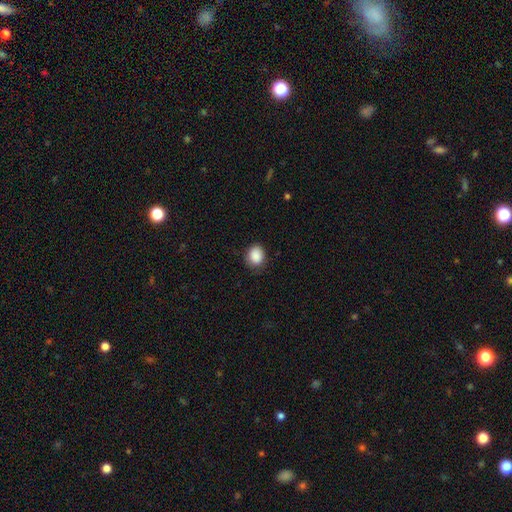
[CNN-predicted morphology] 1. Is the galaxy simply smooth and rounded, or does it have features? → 89% smooth, 8% star or artifact, 3% featured or disk.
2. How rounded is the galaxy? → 57% round, 42% in between, 1% cigar-shaped.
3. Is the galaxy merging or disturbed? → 80% none, 15% minor disturbance, 3% major disturbance, 1% merger.